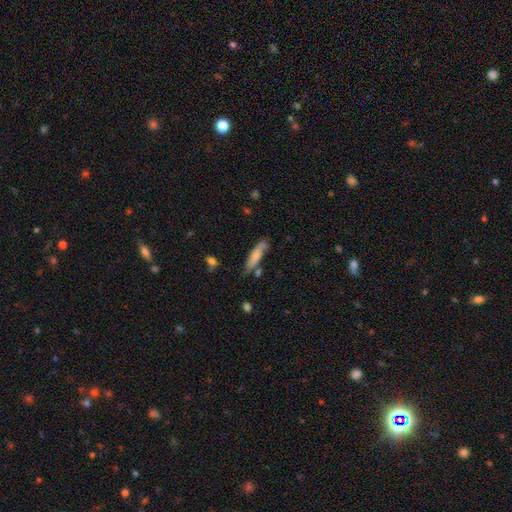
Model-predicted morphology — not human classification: This appears to be a smooth galaxy with no disk features (71%) that is cigar-shaped (72%). Merging: none (65%).